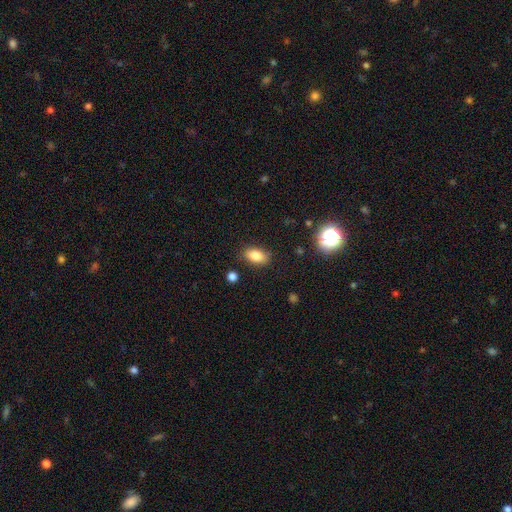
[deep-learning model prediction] smooth-or-featured: smooth: 83% | star or artifact: 10% | featured or disk: 7%
  how-rounded: in between: 88% | round: 8% | cigar-shaped: 4%
  merging: none: 85% | minor disturbance: 11% | major disturbance: 3% | merger: 2%